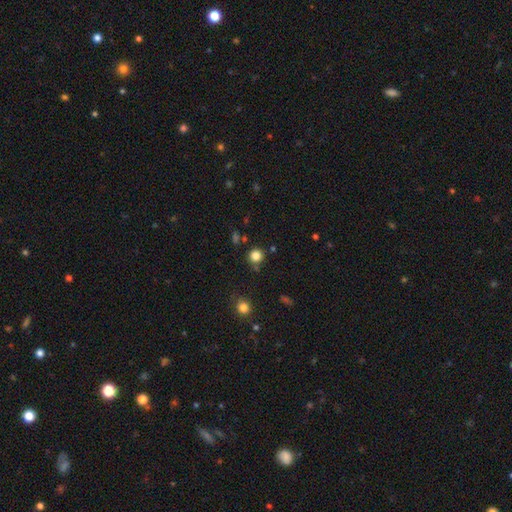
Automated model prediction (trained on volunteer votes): Smooth or featured? Predicted: smooth (p=0.82). How rounded? Predicted: round (p=0.92). Merging? Predicted: none (p=0.83).